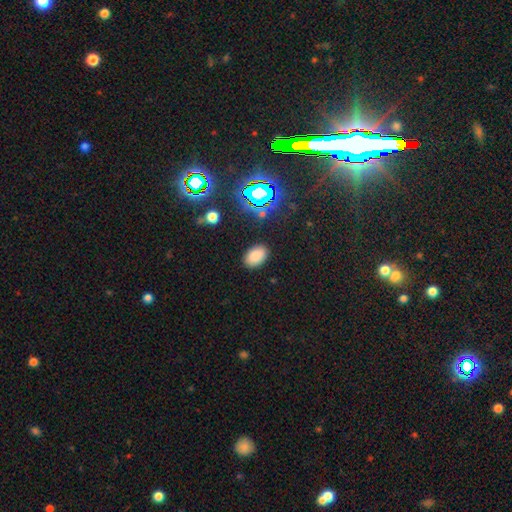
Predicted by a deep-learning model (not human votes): Smooth or featured?
  - smooth: 80% *
  - star or artifact: 15%
  - featured or disk: 5%
How rounded?
  - in between: 89% *
  - round: 10%
  - cigar-shaped: 1%
Merging?
  - none: 87% *
  - minor disturbance: 9%
  - major disturbance: 3%
  - merger: 1%